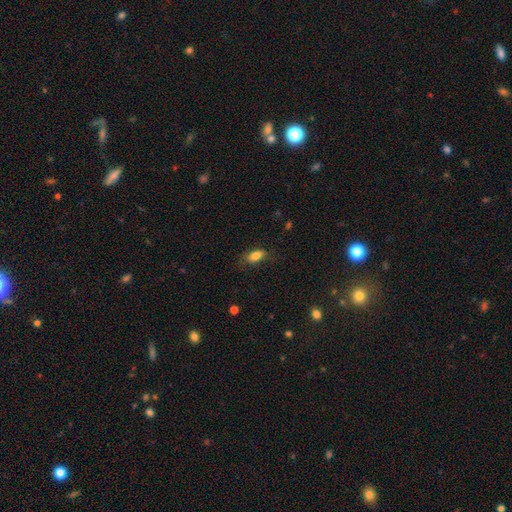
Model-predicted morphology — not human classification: A smooth galaxy with no disk features (82%) that is in between round and cigar-shaped (85%).

Vote fractions:
- Smooth or featured? smooth: 82% / featured or disk: 9% / star or artifact: 9%
- How rounded? in between: 85% / cigar-shaped: 8% / round: 7%
- Merging? none: 72% / minor disturbance: 20% / major disturbance: 7% / merger: 1%